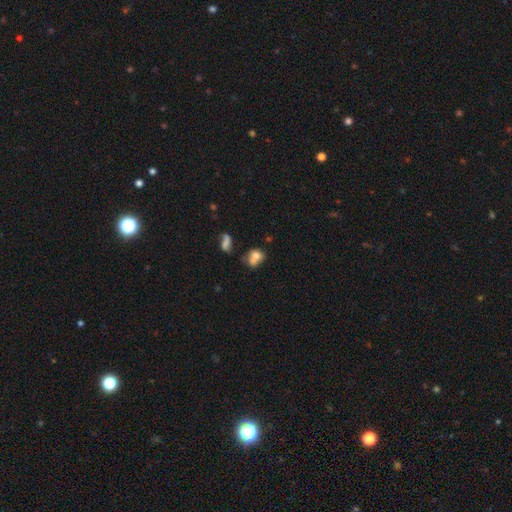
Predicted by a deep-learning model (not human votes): A smooth galaxy with no disk features (69%) that is in between round and cigar-shaped (52%).

Vote fractions:
- Smooth or featured? smooth: 69% / featured or disk: 19% / star or artifact: 11%
- How rounded? in between: 52% / round: 46% / cigar-shaped: 2%
- Merging? merger: 51% / none: 27% / minor disturbance: 13% / major disturbance: 9%